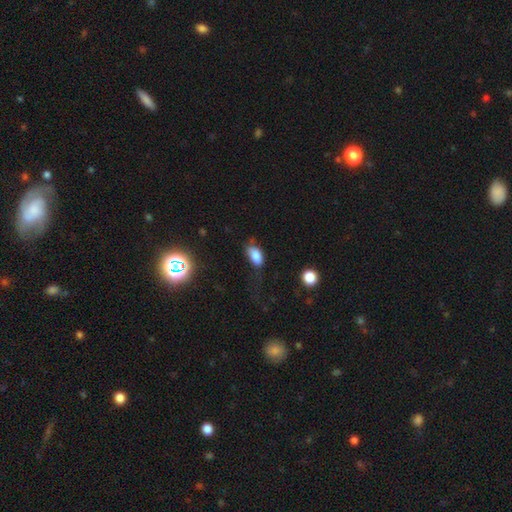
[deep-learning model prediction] A smooth galaxy with no disk features (80%) that is in between round and cigar-shaped (90%).

Vote fractions:
- Smooth or featured? smooth: 80% / star or artifact: 11% / featured or disk: 9%
- How rounded? in between: 90% / round: 6% / cigar-shaped: 4%
- Merging? none: 46% / minor disturbance: 31% / major disturbance: 20% / merger: 3%